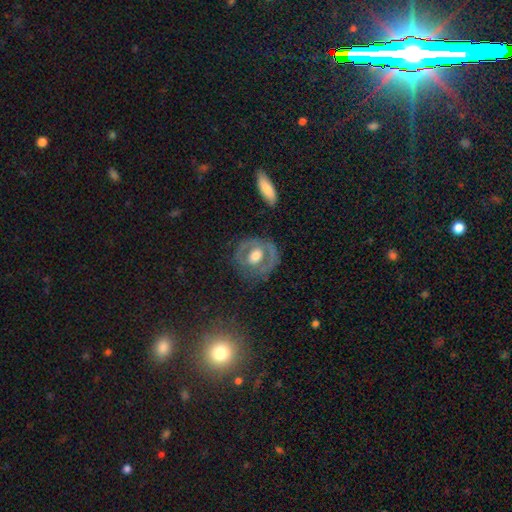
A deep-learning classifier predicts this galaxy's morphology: Q: Smooth or featured?
A: featured or disk (61%); runner-up: smooth (33%)
Q: Edge-on disk?
A: no (94%); runner-up: yes (6%)
Q: Bar?
A: no (62%); runner-up: weak (27%)
Q: Spiral arms?
A: no (66%); runner-up: yes (34%)
Q: Bulge size?
A: moderate (60%); runner-up: large (30%)
Q: Merging?
A: none (69%); runner-up: minor disturbance (18%)